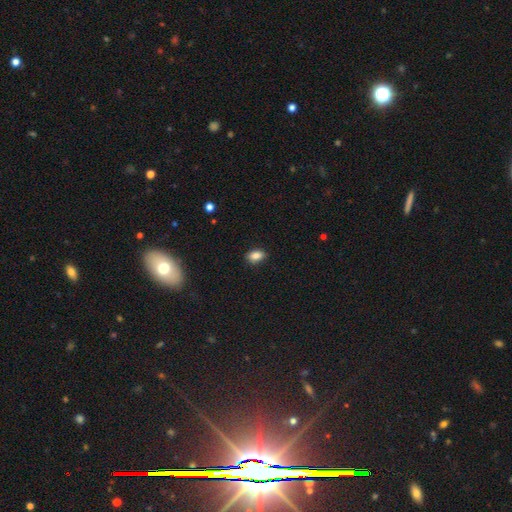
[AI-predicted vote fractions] The model was most divided on "how rounded": in between: 86%, round: 12%, cigar-shaped: 2%. More confident: merging — none (86%); smooth or featured — smooth (86%).